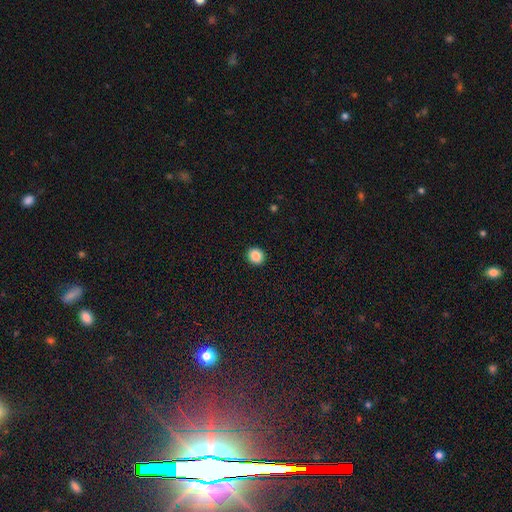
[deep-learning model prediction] smooth-or-featured: smooth: 88% | star or artifact: 9% | featured or disk: 3%
  how-rounded: round: 85% | in between: 15% | cigar-shaped: 1%
  merging: none: 93% | minor disturbance: 5% | major disturbance: 2% | merger: 1%